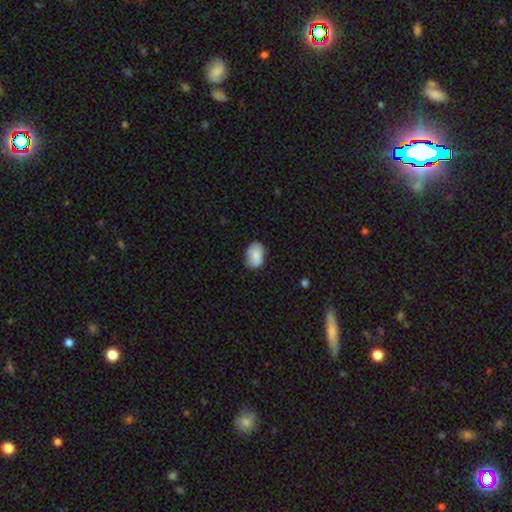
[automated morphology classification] Smooth or featured? Predicted: smooth (p=0.84). How rounded? Predicted: in between (p=0.84). Merging? Predicted: none (p=0.75).